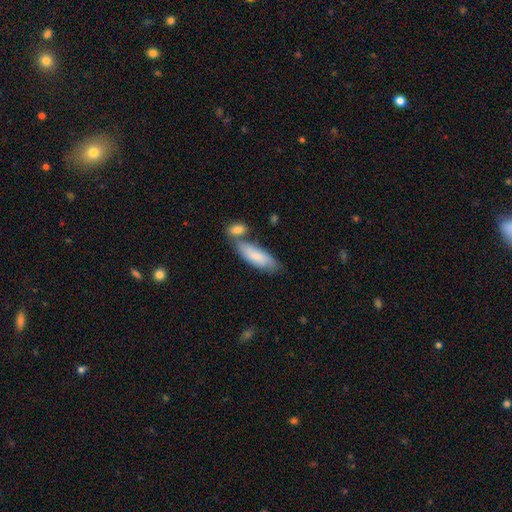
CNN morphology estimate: smooth_or_featured: smooth (p=0.77) [alt: featured or disk p=0.17]
how_rounded: in between (p=0.64) [alt: cigar-shaped p=0.34]
merging: none (p=0.49) [alt: merger p=0.29]